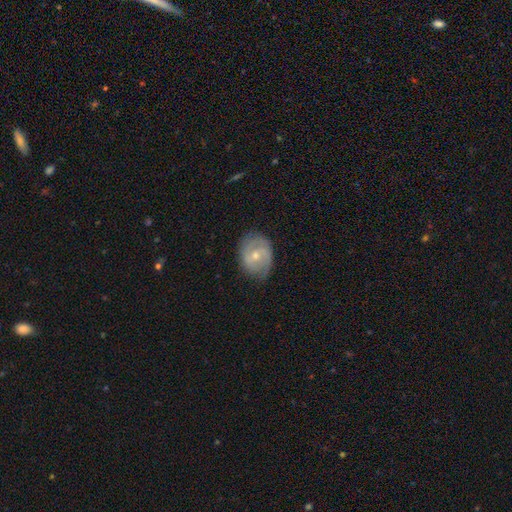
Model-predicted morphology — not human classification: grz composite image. It shows a featured or disk galaxy (72%) with no bar (51%), 2 (64%) medium (43%, tied with tight) spiral arms (89%) and a small central bulge (52%). Merging: none (72%).